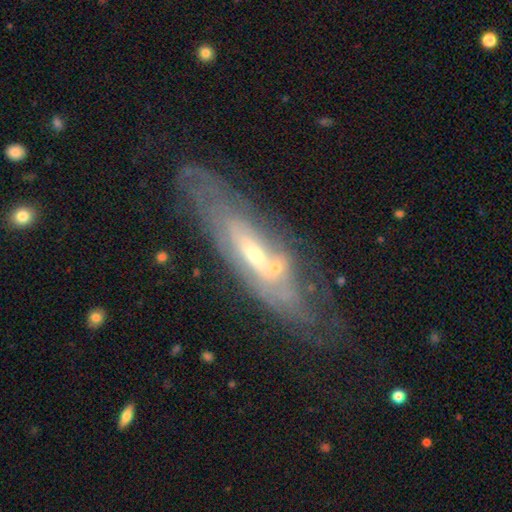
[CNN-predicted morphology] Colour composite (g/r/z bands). It shows a featured or disk galaxy (75%). Merging: none (53%).